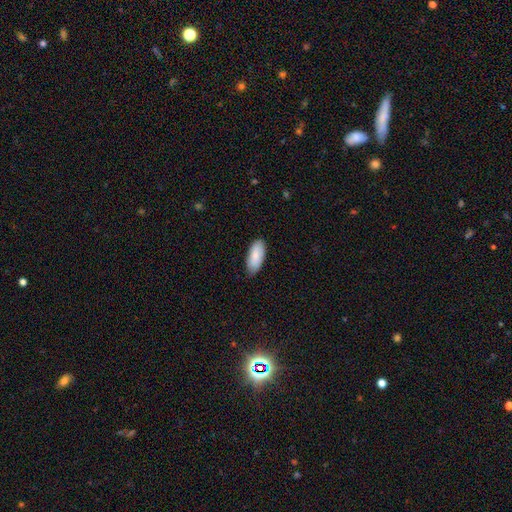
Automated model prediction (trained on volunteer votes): Smooth or featured? Predicted: smooth (p=0.86). How rounded? Predicted: in between (p=0.87). Merging? Predicted: none (p=0.83).